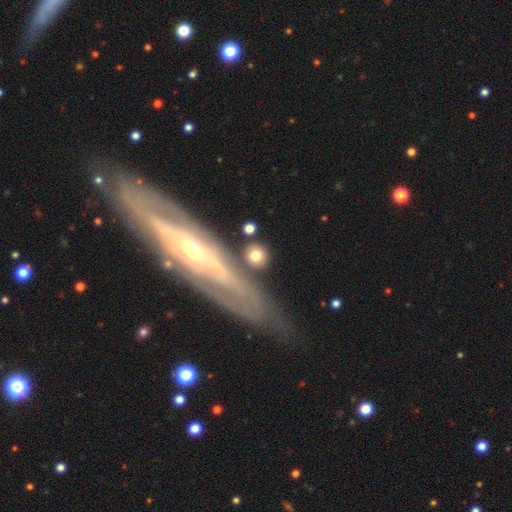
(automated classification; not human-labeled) A smooth galaxy with no disk features (77%) that is round (81%). Merging: none (75%).